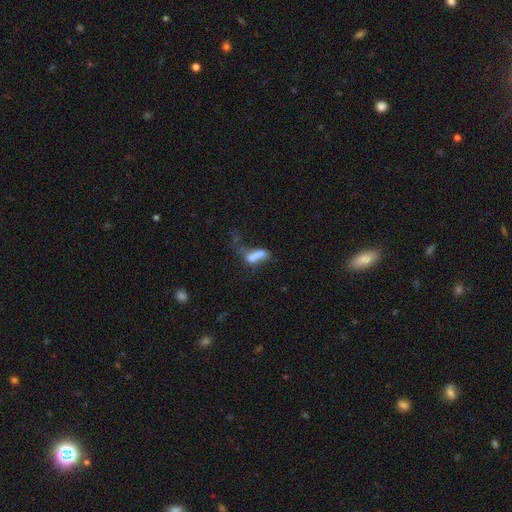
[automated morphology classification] Smooth or featured? smooth (57%)
How rounded? in between (64%)
Merging? merger (39%)